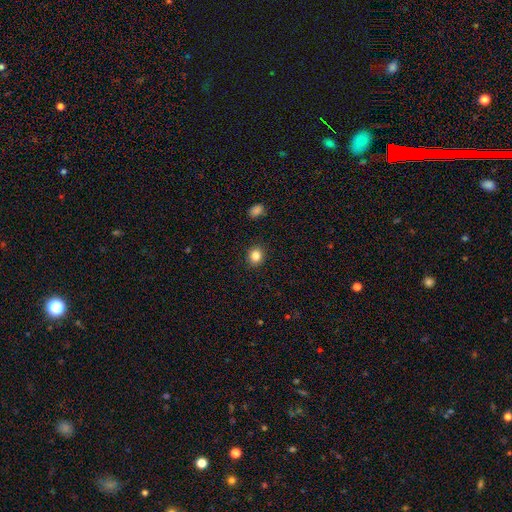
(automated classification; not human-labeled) Smooth or featured: smooth — 84% (star or artifact — 11%)
How rounded: round — 74% (in between — 25%)
Merging: none — 90% (minor disturbance — 6%)